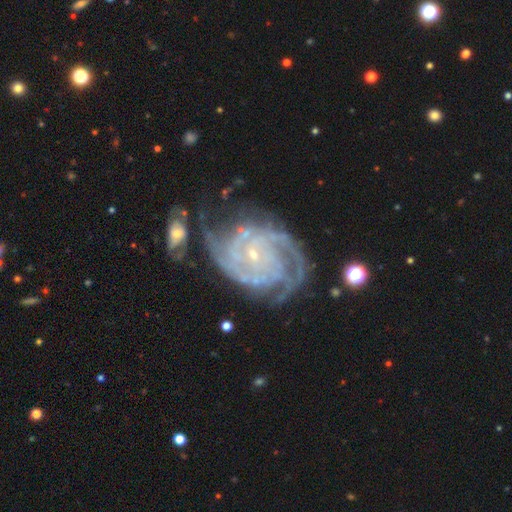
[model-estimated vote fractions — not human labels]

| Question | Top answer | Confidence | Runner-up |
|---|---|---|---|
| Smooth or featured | featured or disk | 91% | star or artifact (5%) |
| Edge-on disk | no | 98% | yes (2%) |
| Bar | no | 66% | weak (24%) |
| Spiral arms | yes | 98% | no (2%) |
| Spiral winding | tight | 75% | medium (21%) |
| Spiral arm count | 3 | 23% | 4 (22%) |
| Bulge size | small | 86% | moderate (9%) |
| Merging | none | 52% | minor disturbance (22%) |